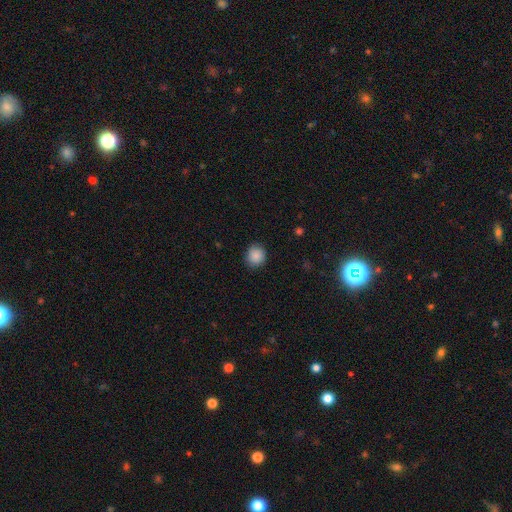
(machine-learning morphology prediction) A smooth galaxy with no disk features (88%) that is round (84%). Merging: none (86%).